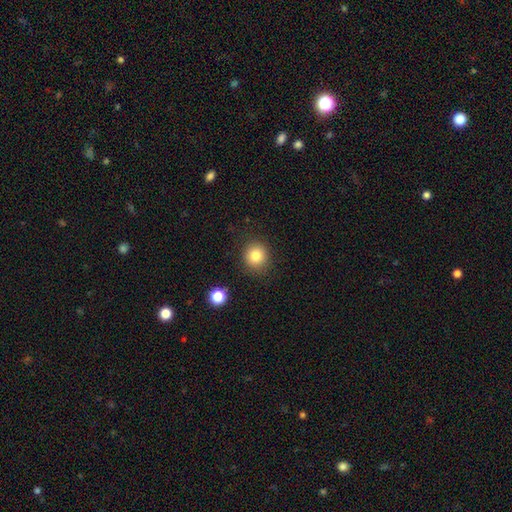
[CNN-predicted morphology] Overall: smooth (81%). How rounded: round (88%). Merging: none (87%).